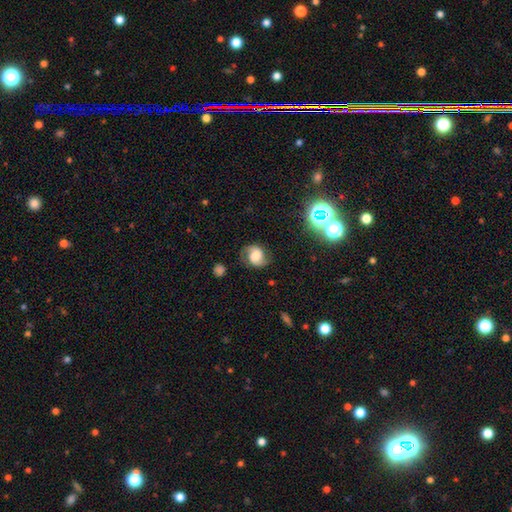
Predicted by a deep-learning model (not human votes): Smooth or featured? featured or disk (57%)
Edge-on disk? no (97%)
Bar? no (52%)
Spiral arms? yes (91%)
Spiral winding? medium (45%)
Spiral arm count? 2 (89%)
Bulge size? large (37%)
Merging? none (71%)